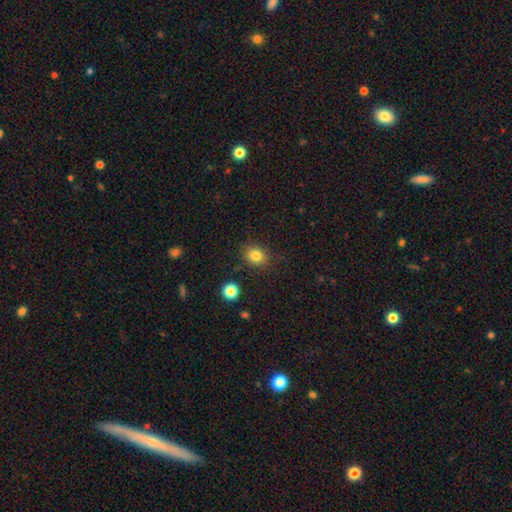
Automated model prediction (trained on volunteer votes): smooth_or_featured: smooth (p=0.83) [alt: star or artifact p=0.12]
how_rounded: round (p=0.59) [alt: in between p=0.40]
merging: none (p=0.84) [alt: minor disturbance p=0.11]